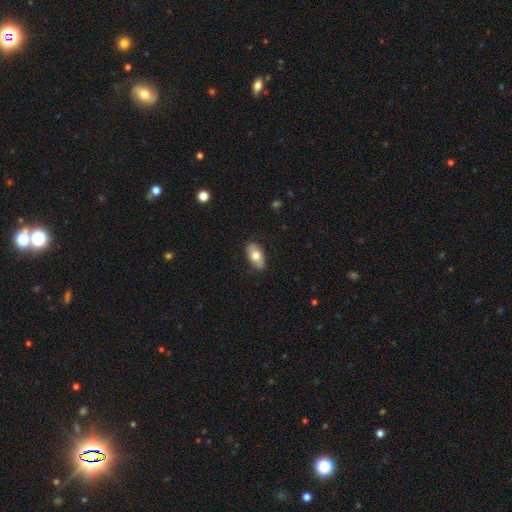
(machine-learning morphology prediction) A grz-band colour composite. It shows a smooth galaxy with no disk features (69%) that is in between round and cigar-shaped (92%). Merging: none (83%).